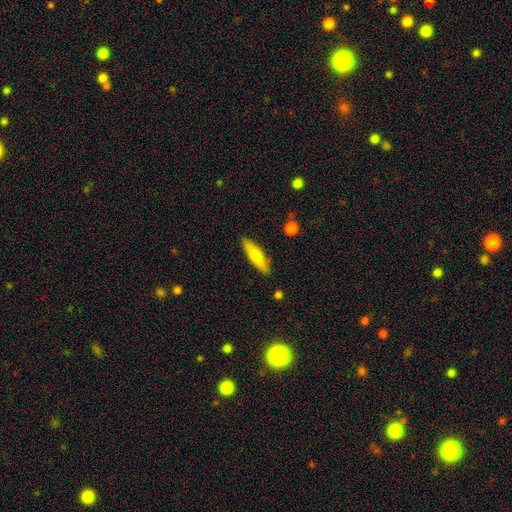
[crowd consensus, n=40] A smooth galaxy with no disk features (72%) that is cigar-shaped (72%). Merging: none (86%).